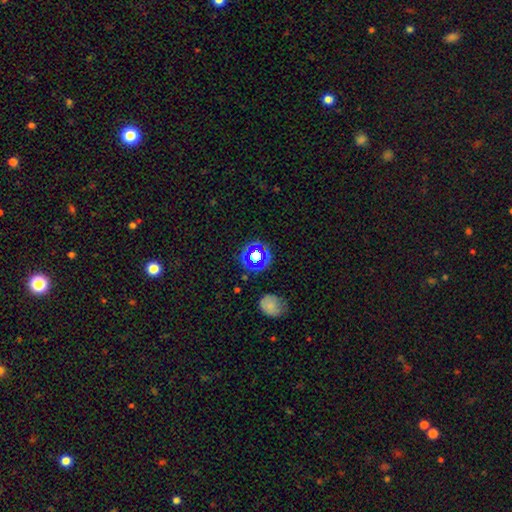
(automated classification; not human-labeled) The model was most divided on "smooth or featured": star or artifact: 53%, smooth: 37%, featured or disk: 10%.